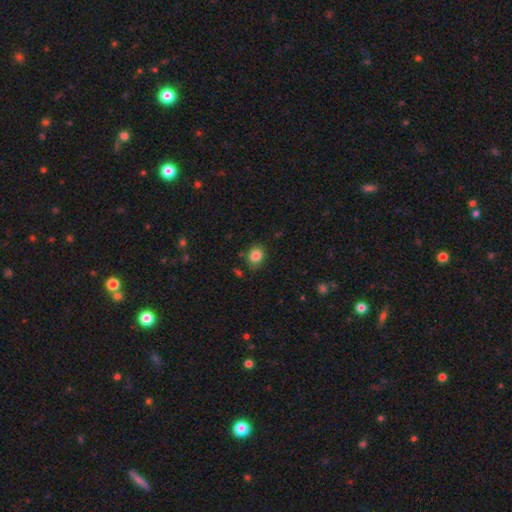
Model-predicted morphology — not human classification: Q: Smooth or featured?
A: smooth (84%); runner-up: star or artifact (10%)
Q: How rounded?
A: round (61%); runner-up: in between (38%)
Q: Merging?
A: none (81%); runner-up: minor disturbance (14%)